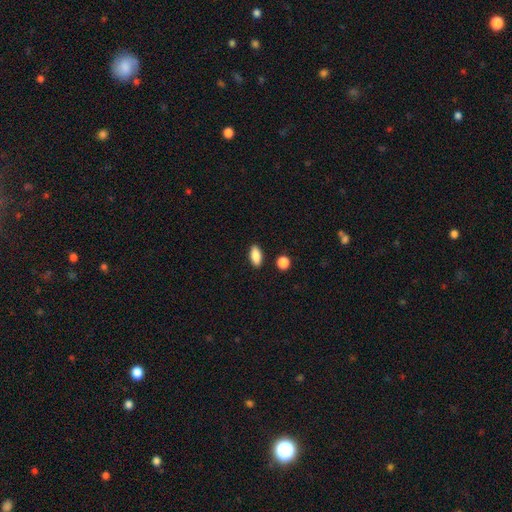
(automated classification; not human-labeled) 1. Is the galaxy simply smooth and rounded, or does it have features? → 87% smooth, 7% star or artifact, 6% featured or disk.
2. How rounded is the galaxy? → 87% in between, 10% cigar-shaped, 4% round.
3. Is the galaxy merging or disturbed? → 88% none, 8% minor disturbance, 2% merger, 2% major disturbance.